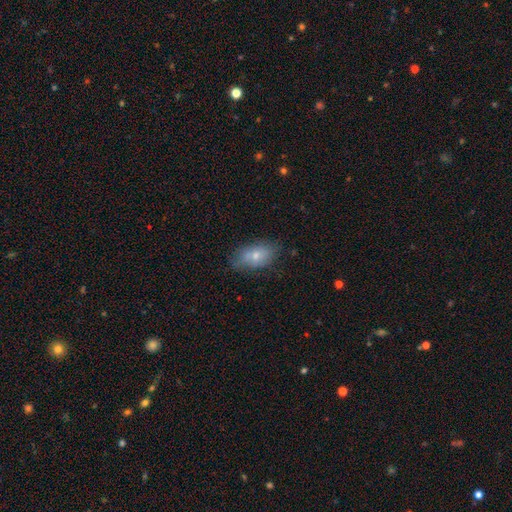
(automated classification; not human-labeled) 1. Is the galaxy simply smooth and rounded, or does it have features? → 70% smooth, 22% featured or disk, 8% star or artifact.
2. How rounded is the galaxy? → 90% in between, 7% round, 3% cigar-shaped.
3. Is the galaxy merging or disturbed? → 69% none, 23% minor disturbance, 6% major disturbance, 3% merger.